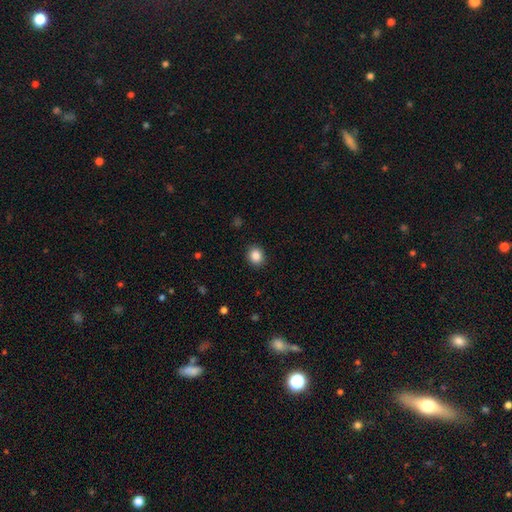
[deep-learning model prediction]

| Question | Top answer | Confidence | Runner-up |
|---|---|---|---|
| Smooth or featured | smooth | 86% | star or artifact (10%) |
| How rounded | round | 76% | in between (23%) |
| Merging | none | 91% | minor disturbance (6%) |